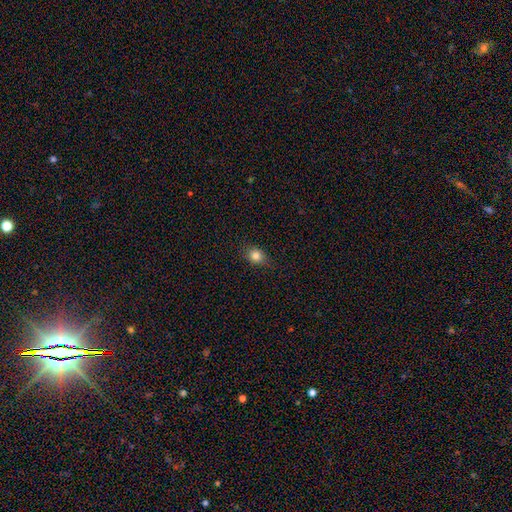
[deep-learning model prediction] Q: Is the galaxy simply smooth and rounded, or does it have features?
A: smooth — 81%.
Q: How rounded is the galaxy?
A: round — 63%.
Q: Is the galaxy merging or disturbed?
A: none — 81%.